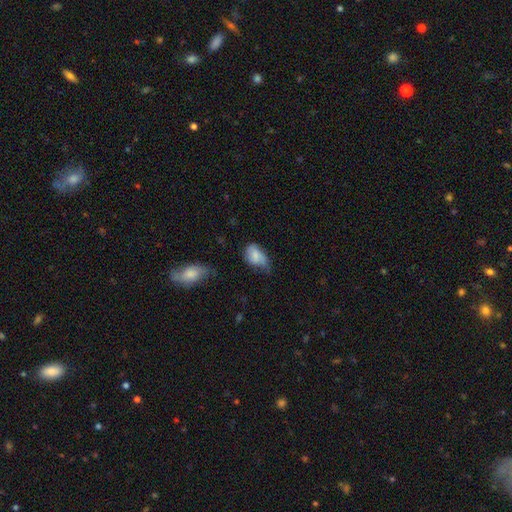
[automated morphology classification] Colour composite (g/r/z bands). It shows a smooth galaxy with no disk features (73%) that is in between round and cigar-shaped (86%). Merging: minor disturbance (44%).